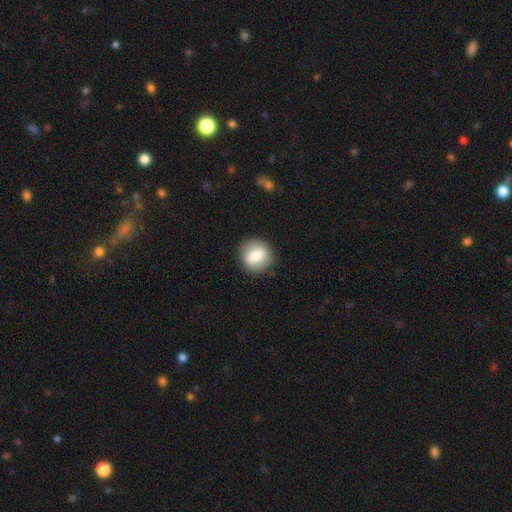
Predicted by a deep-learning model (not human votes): Overall: smooth (73%). How rounded: round (84%). Merging: none (87%).